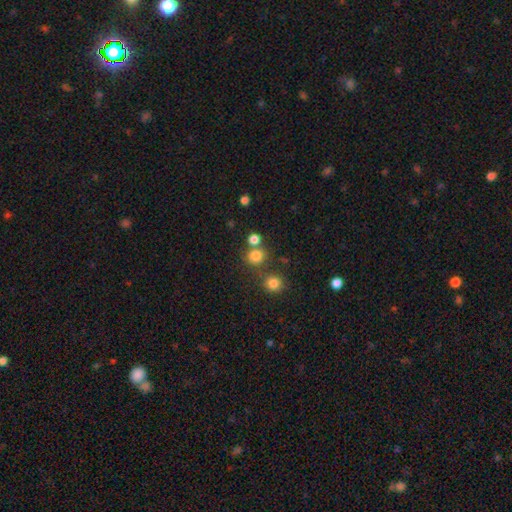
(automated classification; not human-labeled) Smooth or featured?
  - smooth: 79% *
  - star or artifact: 15%
  - featured or disk: 6%
How rounded?
  - round: 88% *
  - in between: 11%
  - cigar-shaped: 1%
Merging?
  - none: 68% *
  - merger: 20%
  - minor disturbance: 8%
  - major disturbance: 4%